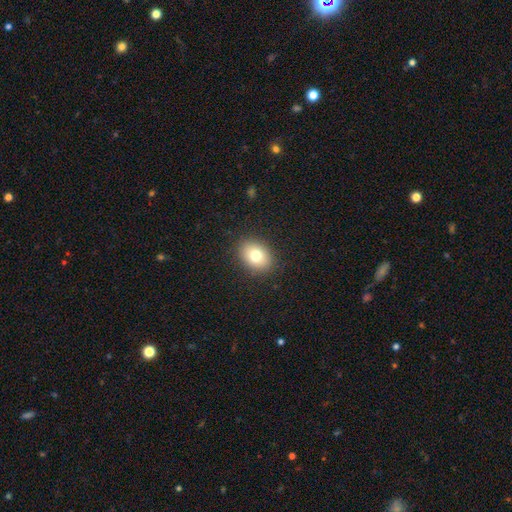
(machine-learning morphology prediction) A smooth galaxy with no disk features (76%) that is in between round and cigar-shaped (63%).

Vote fractions:
- Smooth or featured? smooth: 76% / featured or disk: 13% / star or artifact: 11%
- How rounded? in between: 63% / round: 36% / cigar-shaped: 1%
- Merging? none: 88% / minor disturbance: 8% / major disturbance: 3% / merger: 1%